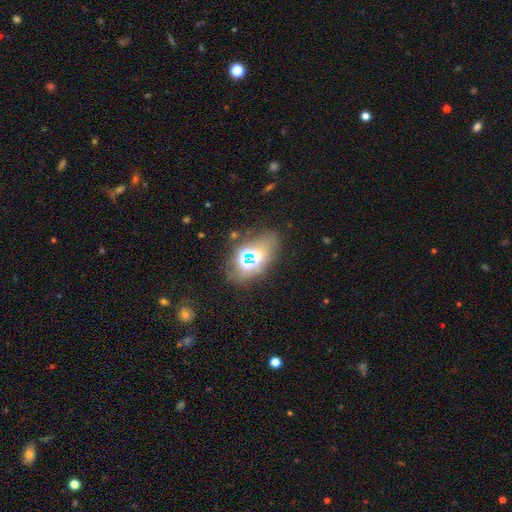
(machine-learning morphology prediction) The model was most divided on "smooth or featured": star or artifact: 45%, smooth: 35%, featured or disk: 21%.